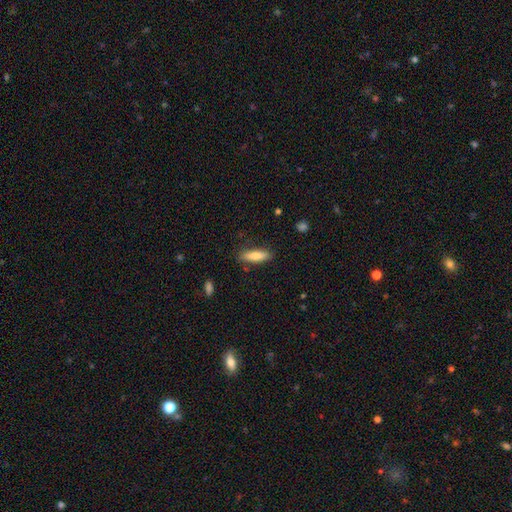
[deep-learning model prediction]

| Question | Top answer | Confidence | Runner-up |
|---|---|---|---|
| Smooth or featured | smooth | 78% | featured or disk (16%) |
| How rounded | cigar-shaped | 60% | in between (39%) |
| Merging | none | 85% | minor disturbance (11%) |